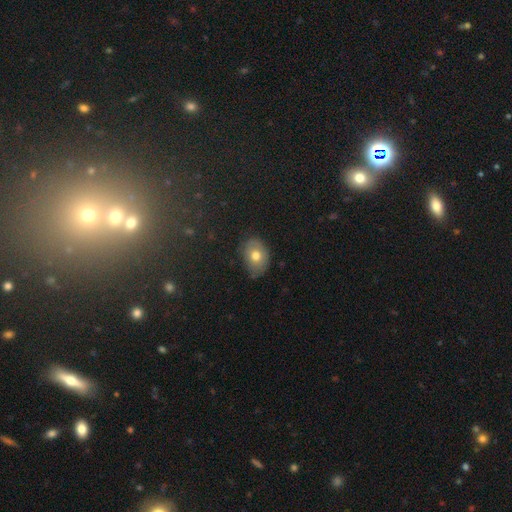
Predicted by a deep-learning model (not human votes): This is likely a smooth galaxy (70%). How rounded: likely in between (72%). Merging: likely none (70%).